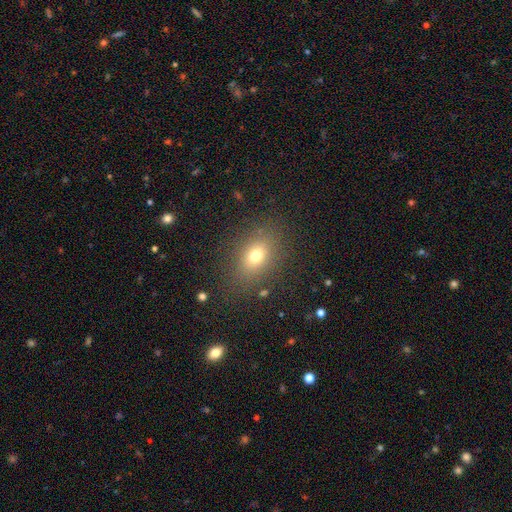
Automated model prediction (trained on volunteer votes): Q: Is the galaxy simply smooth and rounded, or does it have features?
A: smooth — 72%.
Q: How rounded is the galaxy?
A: in between — 73%.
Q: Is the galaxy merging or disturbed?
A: none — 83%.